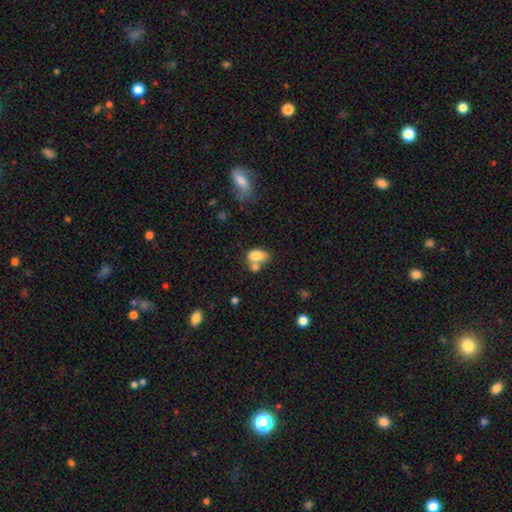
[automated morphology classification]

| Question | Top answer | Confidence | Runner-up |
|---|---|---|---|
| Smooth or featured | smooth | 77% | featured or disk (14%) |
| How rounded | in between | 82% | round (16%) |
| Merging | merger | 52% | none (27%) |